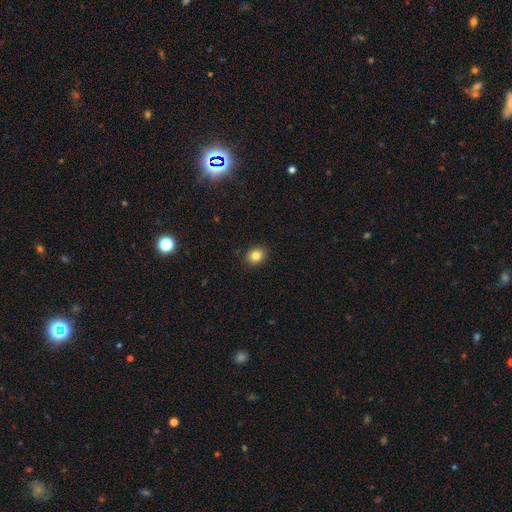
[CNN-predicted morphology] This appears to be a smooth galaxy with no disk features (84%) that is round (59%). Merging: none (90%).